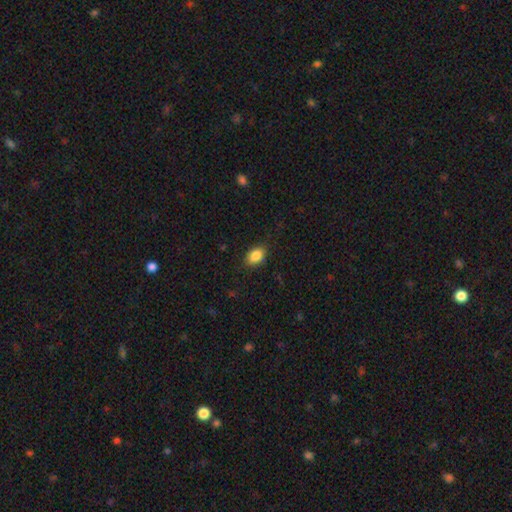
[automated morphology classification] Smooth or featured: smooth — 86% (star or artifact — 8%)
How rounded: in between — 81% (round — 17%)
Merging: none — 85% (minor disturbance — 12%)